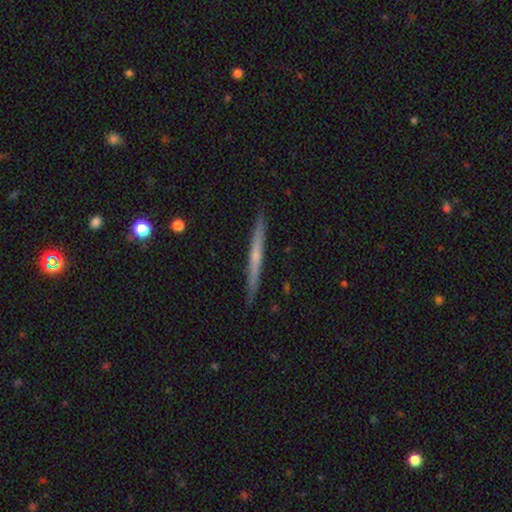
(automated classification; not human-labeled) smooth-or-featured: featured or disk: 59% | smooth: 36% | star or artifact: 6%
  disk-edge-on: yes: 97% | no: 3%
    edge-on-bulge: none: 64% | rounded: 32% | boxy: 5%
  merging: none: 91% | minor disturbance: 6% | major disturbance: 1% | merger: 1%